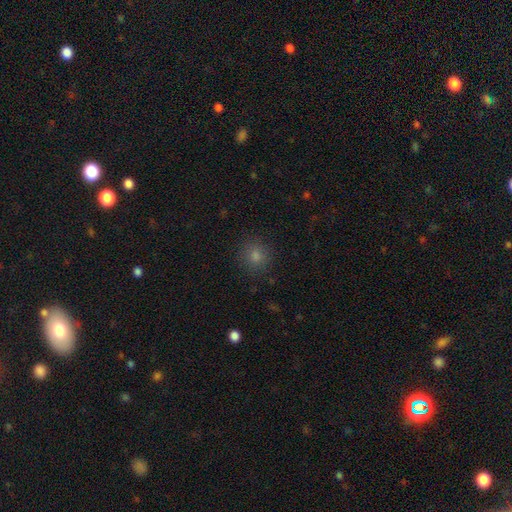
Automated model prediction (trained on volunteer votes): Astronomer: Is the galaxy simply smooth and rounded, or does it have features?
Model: smooth — 81%.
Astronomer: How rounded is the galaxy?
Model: round — 82%.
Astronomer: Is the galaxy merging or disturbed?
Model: none — 84%.